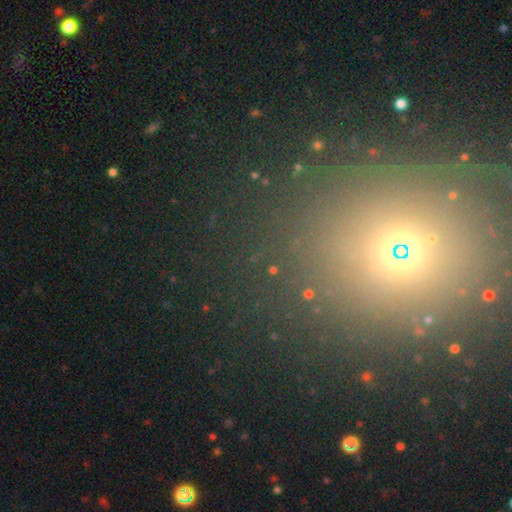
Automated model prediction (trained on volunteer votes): This is likely a star or artifact rather than a galaxy (61%).